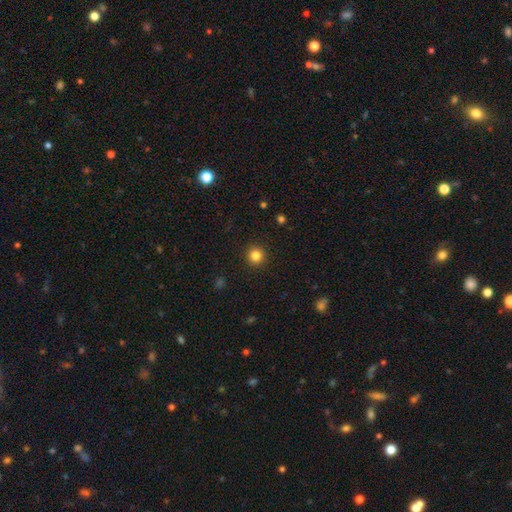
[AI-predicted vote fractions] Smooth or featured? smooth (83%)
How rounded? round (95%)
Merging? none (93%)